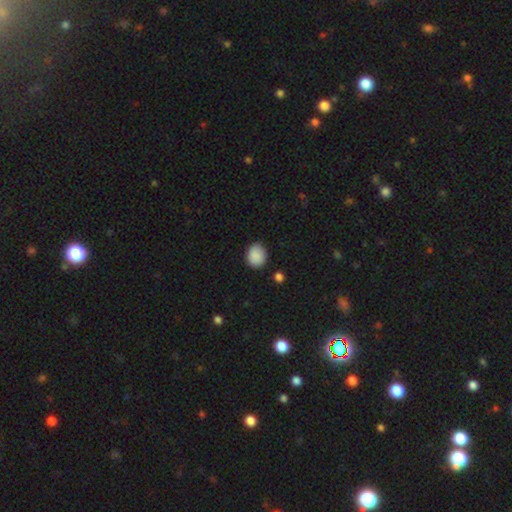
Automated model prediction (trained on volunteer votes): Smooth or featured? smooth (89%)
How rounded? round (63%)
Merging? none (85%)